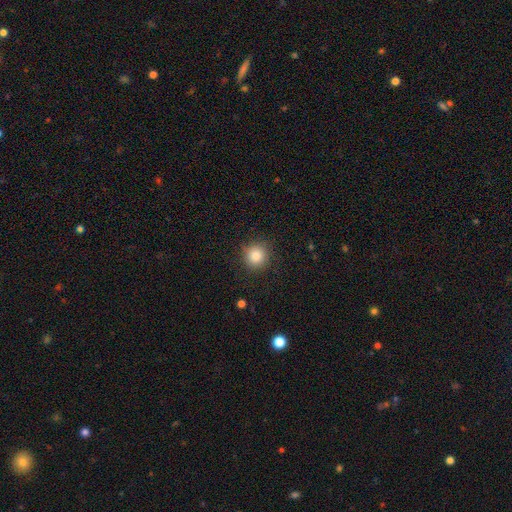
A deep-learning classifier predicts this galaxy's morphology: Overall: smooth (84%). How rounded: round (93%). Merging: none (88%).